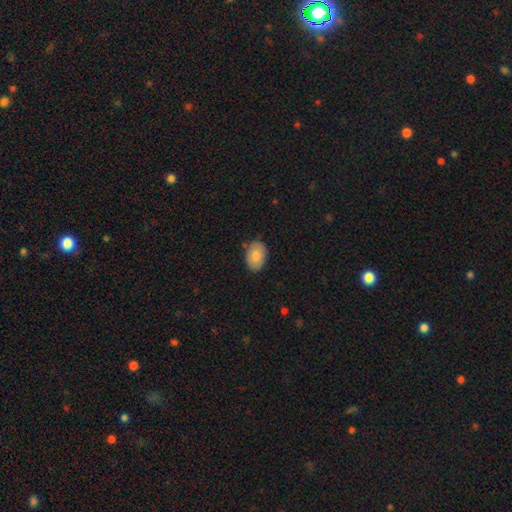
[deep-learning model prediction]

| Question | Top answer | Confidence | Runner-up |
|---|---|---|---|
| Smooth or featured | smooth | 77% | featured or disk (16%) |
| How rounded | in between | 80% | round (19%) |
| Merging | none | 82% | minor disturbance (14%) |